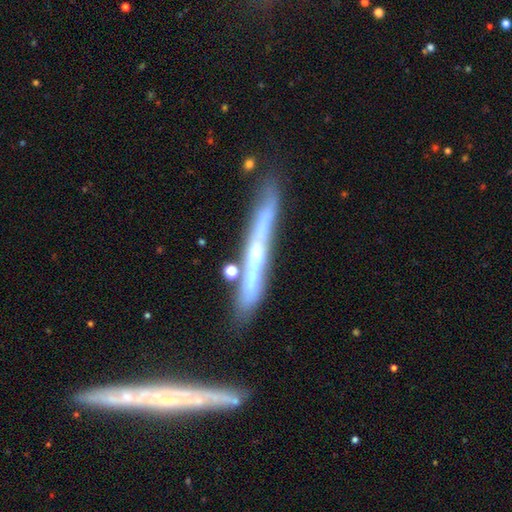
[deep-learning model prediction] The model was most divided on "edge-on bulge": rounded: 52%, none: 40%, boxy: 8%. More confident: edge-on disk — yes (85%); merging — none (68%); smooth or featured — featured or disk (68%).